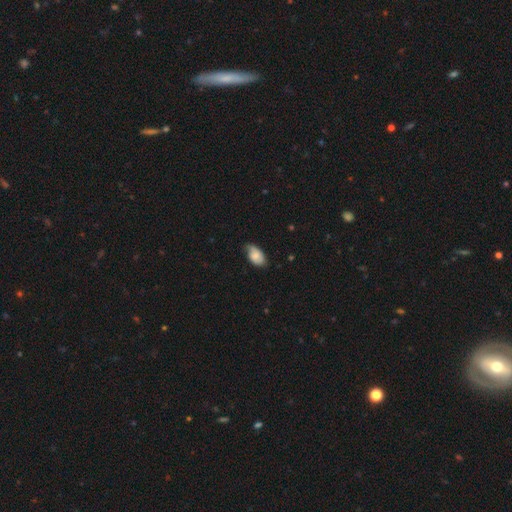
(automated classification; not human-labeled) Smooth or featured: smooth — 67% (featured or disk — 26%)
How rounded: in between — 92% (round — 6%)
Merging: none — 61% (minor disturbance — 31%)